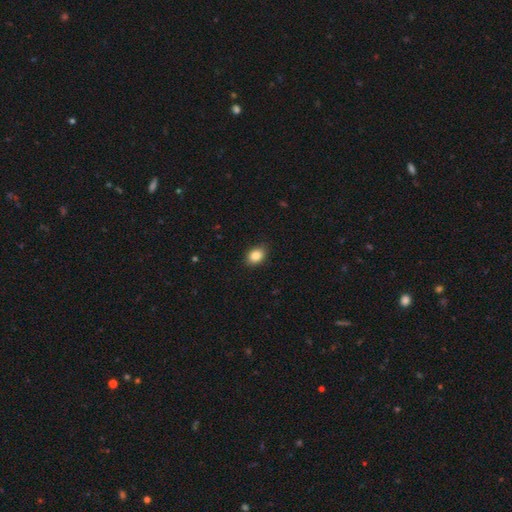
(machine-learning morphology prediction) smooth 86%, star or artifact 9%, featured or disk 5%. Down the decision tree: how rounded — in between (72%); merging — none (85%).